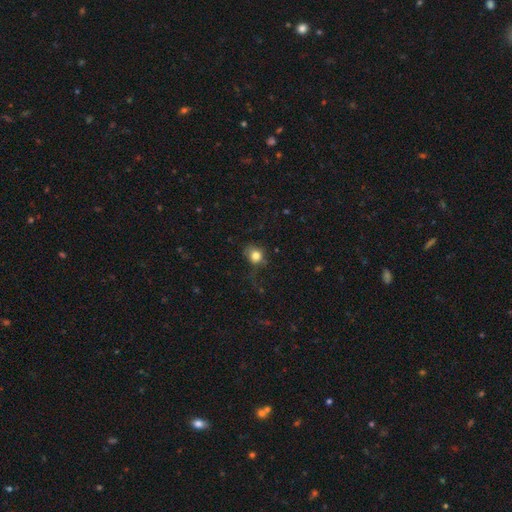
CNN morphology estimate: Smooth or featured? Predicted: smooth (p=0.81). How rounded? Predicted: round (p=0.71). Merging? Predicted: none (p=0.59).